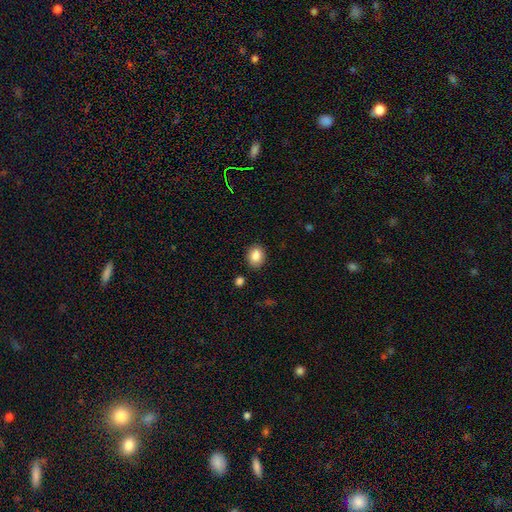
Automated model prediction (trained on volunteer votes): This appears to be a smooth galaxy with no disk features (86%) that is in between round and cigar-shaped (53%). Merging: none (87%).